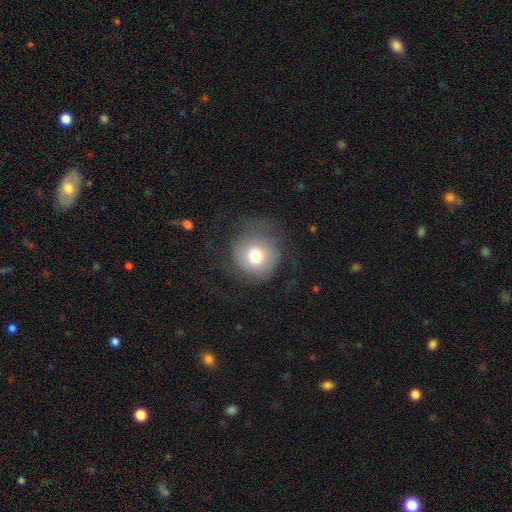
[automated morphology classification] smooth 67%, featured or disk 23%, star or artifact 10%. Down the decision tree: how rounded — round (91%); merging — none (59%).